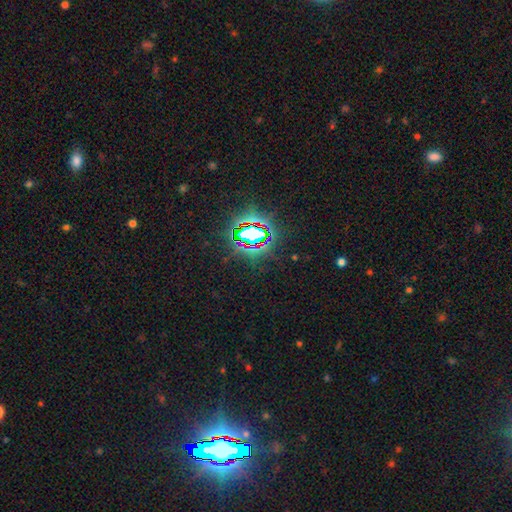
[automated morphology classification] star or artifact 84%, smooth 9%, featured or disk 7%.